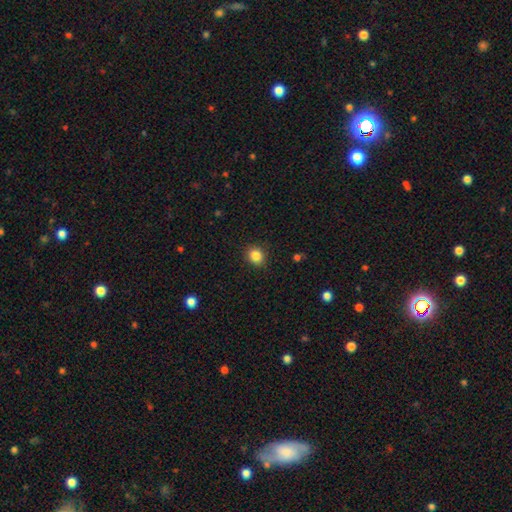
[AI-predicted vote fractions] This appears to be a smooth galaxy with no disk features (85%) that is round (77%). Merging: none (90%).